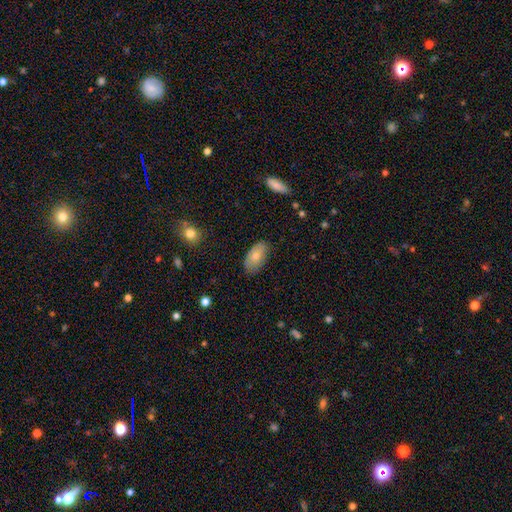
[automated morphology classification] Smooth or featured?
  - smooth: 76% *
  - featured or disk: 18%
  - star or artifact: 7%
How rounded?
  - in between: 93% *
  - round: 4%
  - cigar-shaped: 3%
Merging?
  - none: 80% *
  - minor disturbance: 16%
  - major disturbance: 3%
  - merger: 1%